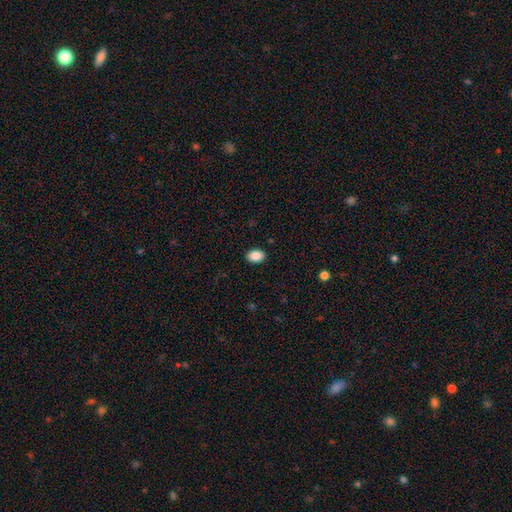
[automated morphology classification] type=smooth (88%); roundness=in between (82%); merging=none (90%).